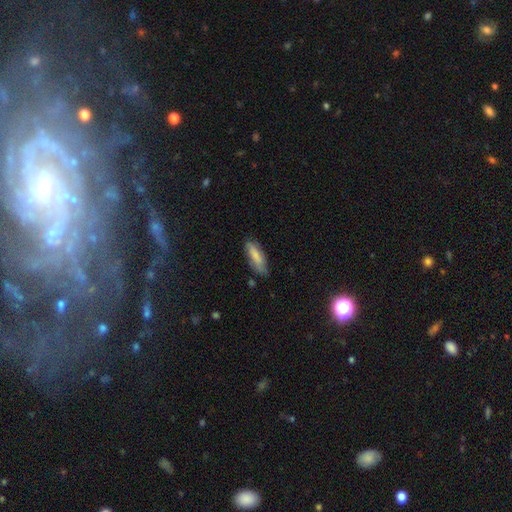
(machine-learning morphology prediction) Smooth or featured: smooth — 78% (featured or disk — 16%)
How rounded: in between — 53% (cigar-shaped — 45%)
Merging: none — 65% (minor disturbance — 27%)